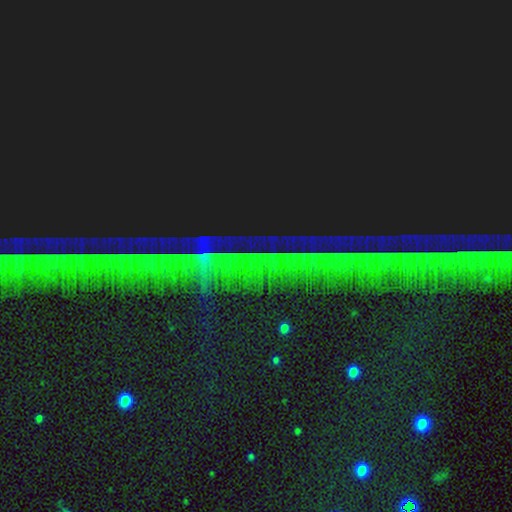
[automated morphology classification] Smooth or featured? Predicted: star or artifact (p=0.86).